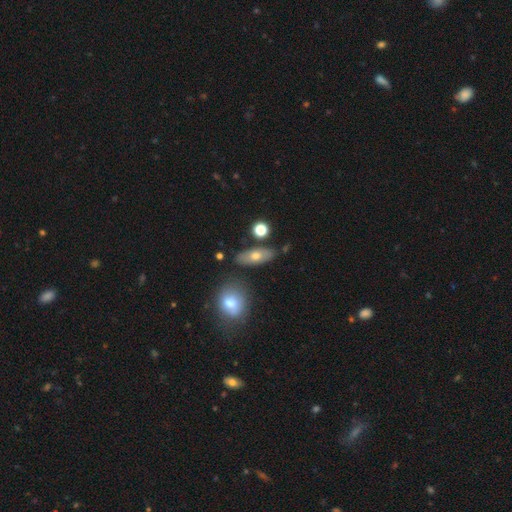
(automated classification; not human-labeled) smooth_or_featured: smooth (p=0.64) [alt: featured or disk p=0.28]
how_rounded: in between (p=0.74) [alt: cigar-shaped p=0.19]
merging: none (p=0.80) [alt: minor disturbance p=0.12]